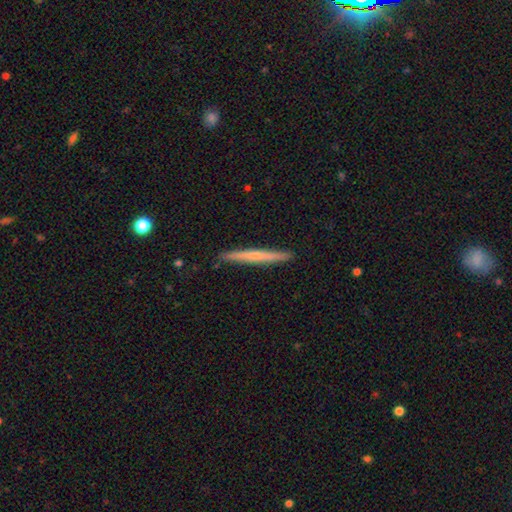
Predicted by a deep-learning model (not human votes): Smooth or featured?
  - smooth: 49% *
  - featured or disk: 45%
  - star or artifact: 6%
Merging?
  - none: 92% *
  - minor disturbance: 6%
  - major disturbance: 1%
  - merger: 1%